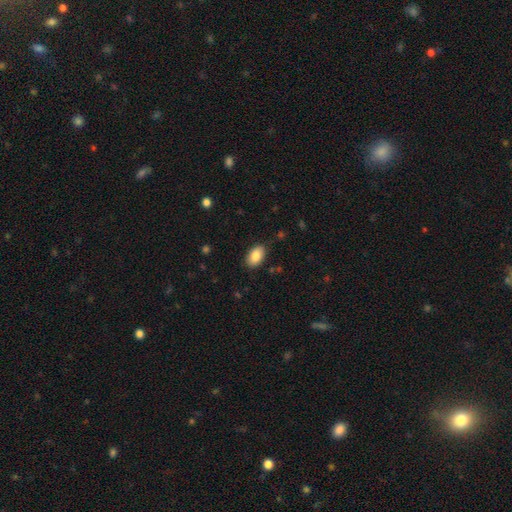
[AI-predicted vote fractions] Morphology: type=smooth (88%); roundness=in between (92%); merging=none (85%).